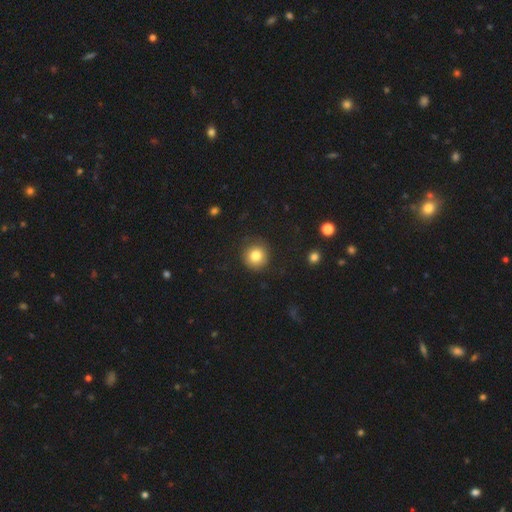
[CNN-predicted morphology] Smooth or featured? Predicted: smooth (p=0.82). How rounded? Predicted: round (p=0.93). Merging? Predicted: none (p=0.87).